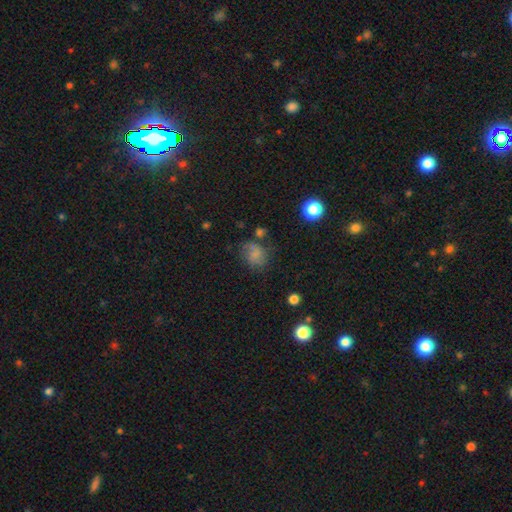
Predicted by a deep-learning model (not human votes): smooth 65%, featured or disk 19%, star or artifact 15%. Down the decision tree: how rounded — round (61%); merging — none (54%).